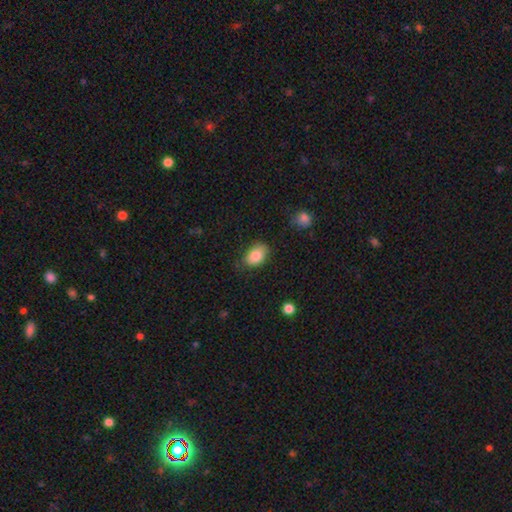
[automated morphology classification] smooth_or_featured: smooth (p=0.85) [alt: featured or disk p=0.08]
how_rounded: in between (p=0.84) [alt: round p=0.15]
merging: none (p=0.72) [alt: minor disturbance p=0.21]